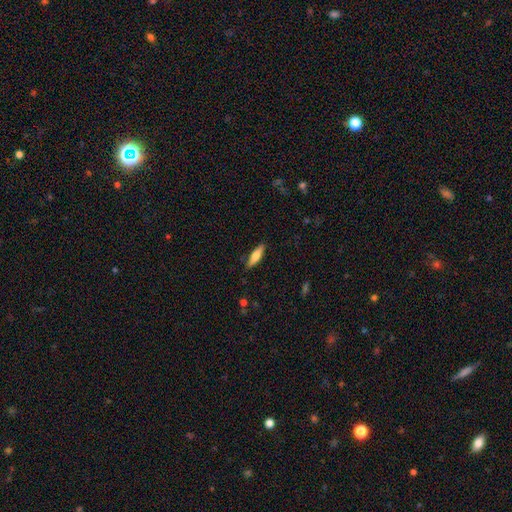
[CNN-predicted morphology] A smooth galaxy with no disk features (64%) that is cigar-shaped (63%).

Vote fractions:
- Smooth or featured? smooth: 64% / featured or disk: 29% / star or artifact: 6%
- How rounded? cigar-shaped: 63% / in between: 36% / round: 2%
- Merging? none: 85% / minor disturbance: 11% / major disturbance: 2% / merger: 1%